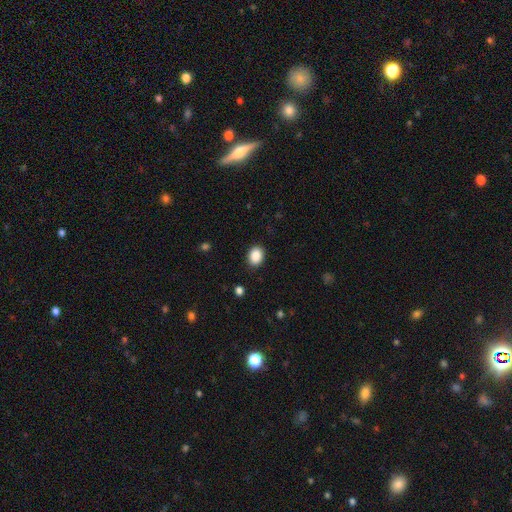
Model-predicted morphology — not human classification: A smooth galaxy with no disk features (89%) that is in between round and cigar-shaped (61%).

Vote fractions:
- Smooth or featured? smooth: 89% / star or artifact: 8% / featured or disk: 3%
- How rounded? in between: 61% / round: 38% / cigar-shaped: 1%
- Merging? none: 89% / minor disturbance: 8% / major disturbance: 2% / merger: 1%